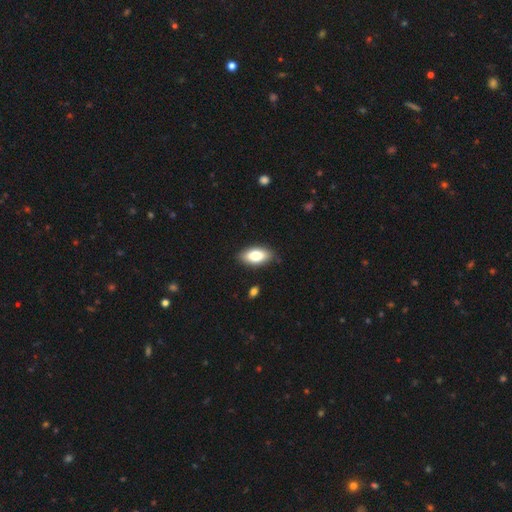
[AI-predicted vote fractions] smooth 80%, featured or disk 14%, star or artifact 7%. Down the decision tree: how rounded — in between (91%); merging — none (86%).